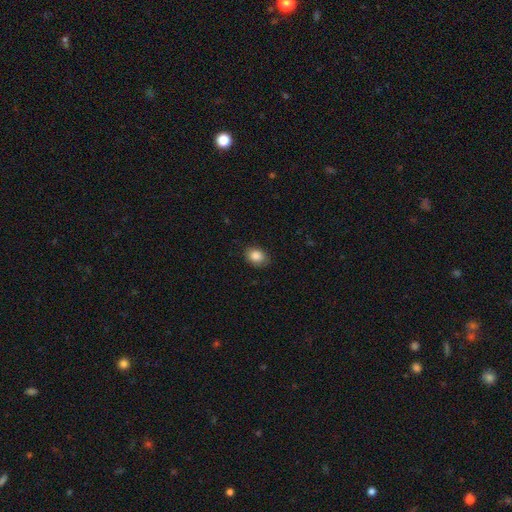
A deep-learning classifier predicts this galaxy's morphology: smooth_or_featured: smooth (p=0.87) [alt: star or artifact p=0.08]
how_rounded: in between (p=0.64) [alt: round p=0.35]
merging: none (p=0.82) [alt: minor disturbance p=0.15]